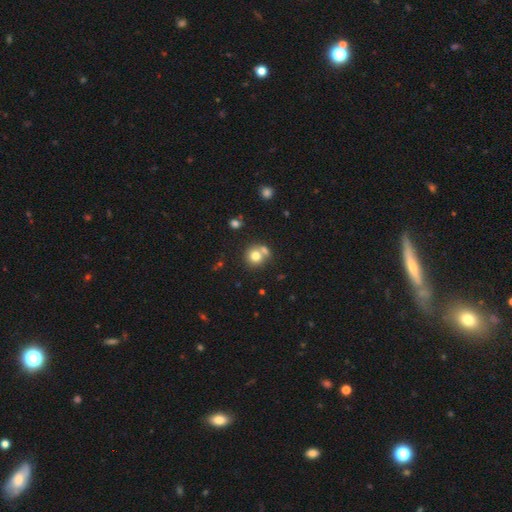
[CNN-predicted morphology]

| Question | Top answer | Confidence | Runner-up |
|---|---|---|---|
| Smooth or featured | smooth | 76% | featured or disk (13%) |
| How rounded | round | 86% | in between (13%) |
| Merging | none | 51% | merger (36%) |